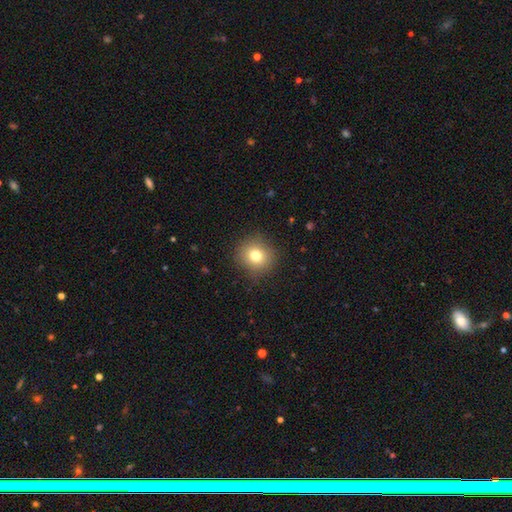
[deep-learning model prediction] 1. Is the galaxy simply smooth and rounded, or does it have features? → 76% smooth, 13% star or artifact, 10% featured or disk.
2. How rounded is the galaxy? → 88% round, 11% in between, 1% cigar-shaped.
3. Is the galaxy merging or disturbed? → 88% none, 8% minor disturbance, 3% major disturbance, 1% merger.